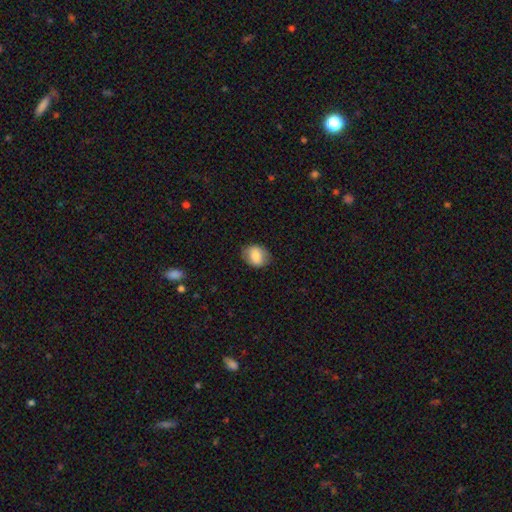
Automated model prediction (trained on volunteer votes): Overall: smooth (79%). How rounded: in between (55%; round 44%). Merging: none (81%).